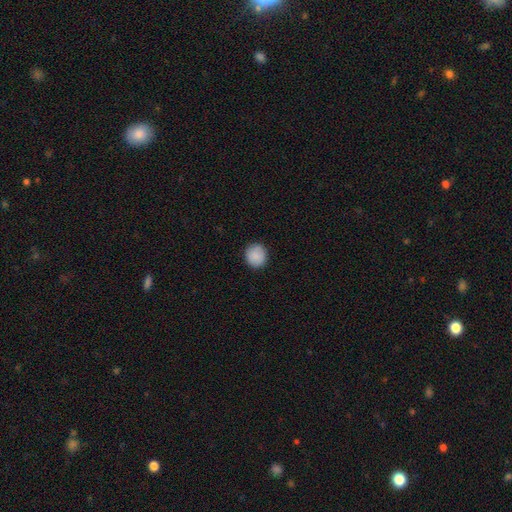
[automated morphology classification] The model was most divided on "how rounded": round: 84%, in between: 15%, cigar-shaped: 1%. More confident: merging — none (89%); smooth or featured — smooth (89%).